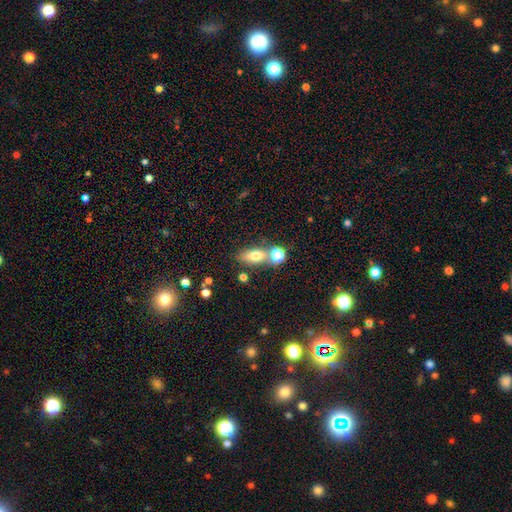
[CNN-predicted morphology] Q: Smooth or featured?
A: smooth (71%); runner-up: featured or disk (18%)
Q: How rounded?
A: in between (73%); runner-up: cigar-shaped (15%)
Q: Merging?
A: none (57%); runner-up: merger (25%)